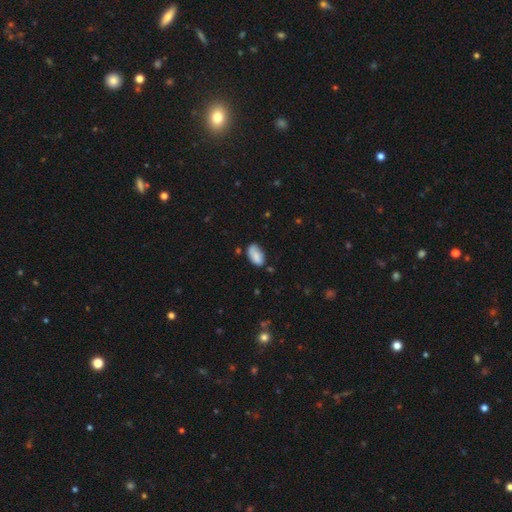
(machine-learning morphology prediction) This is clearly a smooth galaxy (82%). How rounded: clearly in between (94%). Merging: likely none (62%).